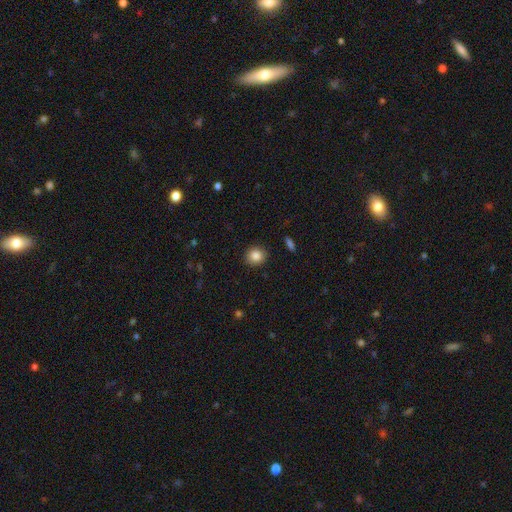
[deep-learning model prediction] This appears to be a smooth galaxy with no disk features (85%) that is round (85%). Merging: none (91%).